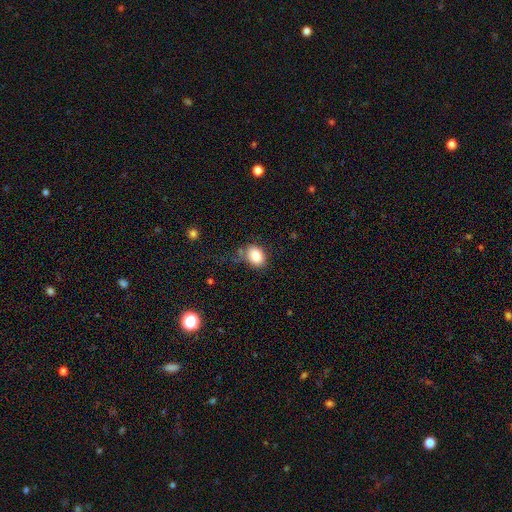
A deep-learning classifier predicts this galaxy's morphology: smooth_or_featured: smooth (p=0.84) [alt: star or artifact p=0.09]
how_rounded: in between (p=0.70) [alt: round p=0.29]
merging: none (p=0.67) [alt: minor disturbance p=0.21]